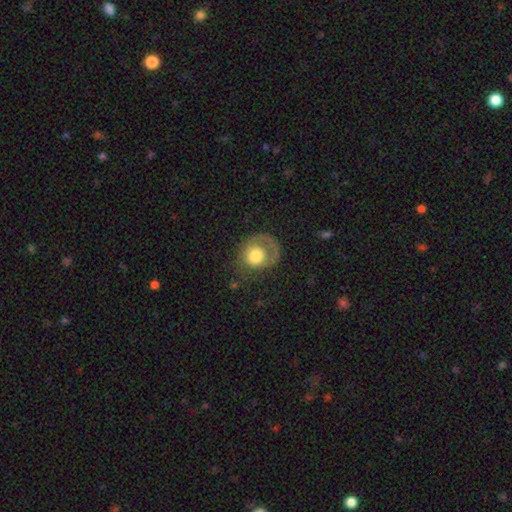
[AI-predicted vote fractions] smooth 51%, featured or disk 42%, star or artifact 7%. Down the decision tree: how rounded — round (75%); merging — none (46%).